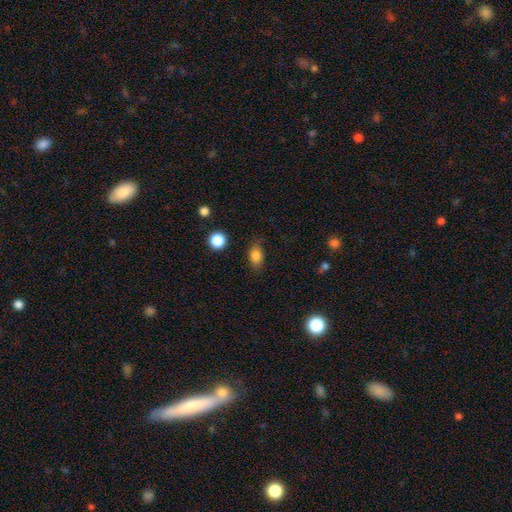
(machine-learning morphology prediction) A smooth galaxy with no disk features (83%) that is in between round and cigar-shaped (76%).

Vote fractions:
- Smooth or featured? smooth: 83% / star or artifact: 10% / featured or disk: 7%
- How rounded? in between: 76% / round: 22% / cigar-shaped: 3%
- Merging? none: 78% / minor disturbance: 16% / major disturbance: 4% / merger: 2%